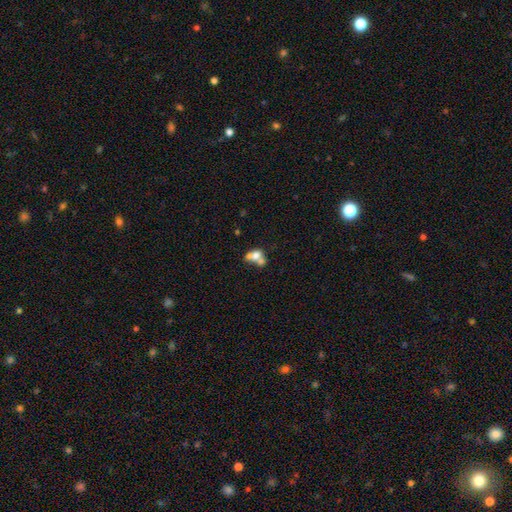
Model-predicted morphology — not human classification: The model was most divided on "how rounded": in between: 62%, round: 35%, cigar-shaped: 3%. More confident: smooth or featured — smooth (62%); merging — merger (62%).